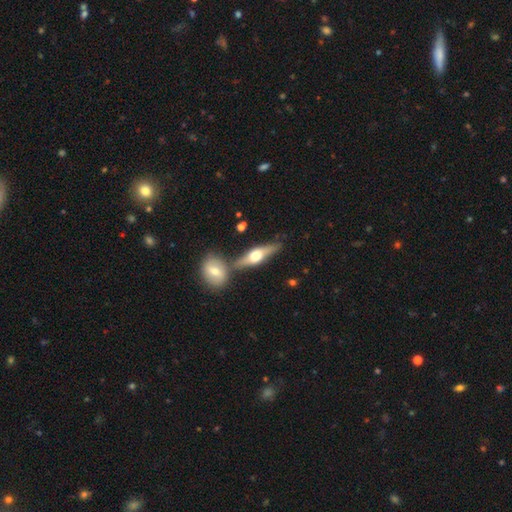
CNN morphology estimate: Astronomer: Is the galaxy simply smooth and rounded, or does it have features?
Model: featured or disk — 60%.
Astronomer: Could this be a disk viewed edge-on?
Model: yes — 90%.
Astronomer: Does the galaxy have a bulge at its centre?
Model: rounded — 94%.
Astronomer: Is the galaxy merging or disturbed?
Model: none — 65%.